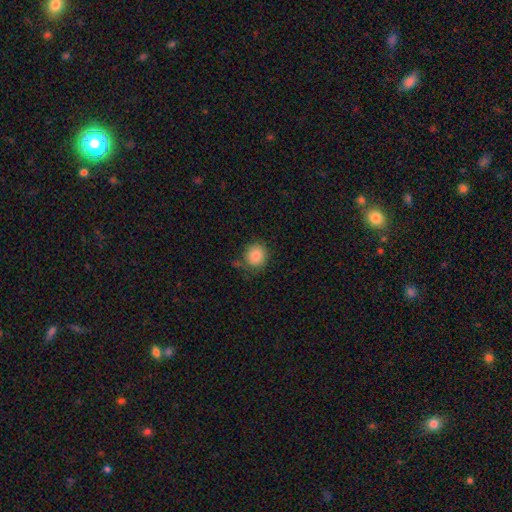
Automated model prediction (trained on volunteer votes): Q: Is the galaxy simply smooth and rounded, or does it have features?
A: smooth — 85%.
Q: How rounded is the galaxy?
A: round — 83%.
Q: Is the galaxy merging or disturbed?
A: none — 68%.